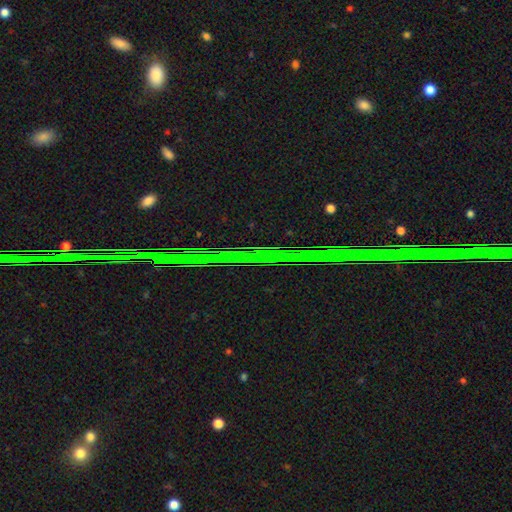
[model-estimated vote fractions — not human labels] A star or artifact, not a galaxy (86%).

Vote fractions:
- Smooth or featured? star or artifact: 86% / featured or disk: 8% / smooth: 6%